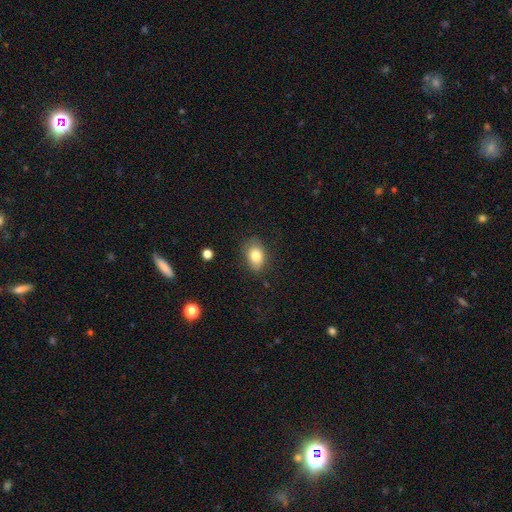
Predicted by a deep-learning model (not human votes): Q: Smooth or featured?
A: smooth (80%); runner-up: featured or disk (11%)
Q: How rounded?
A: in between (80%); runner-up: round (19%)
Q: Merging?
A: none (77%); runner-up: minor disturbance (17%)